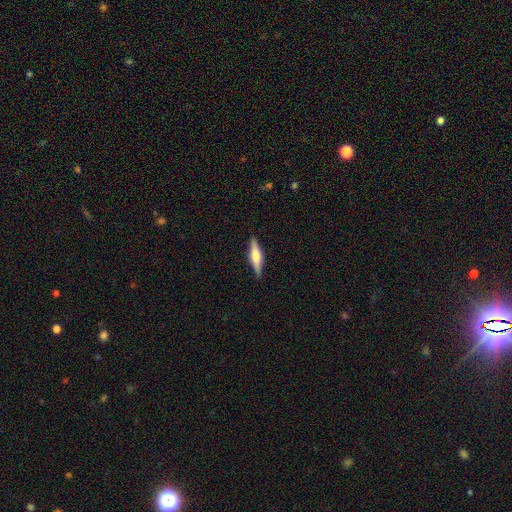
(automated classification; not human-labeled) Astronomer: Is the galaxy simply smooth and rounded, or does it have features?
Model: featured or disk — 56% (runner-up: smooth, 38%).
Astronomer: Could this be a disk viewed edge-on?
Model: yes — 96%.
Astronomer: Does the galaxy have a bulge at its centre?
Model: rounded — 81%.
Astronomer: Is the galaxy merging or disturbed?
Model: none — 89%.